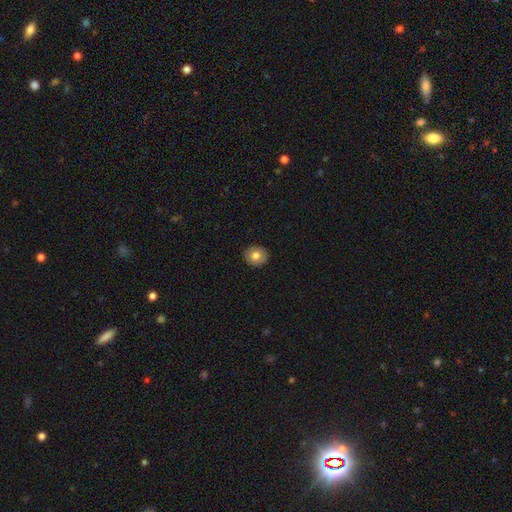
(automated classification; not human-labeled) Smooth or featured: smooth — 78% (featured or disk — 14%)
How rounded: round — 81% (in between — 18%)
Merging: none — 91% (minor disturbance — 7%)